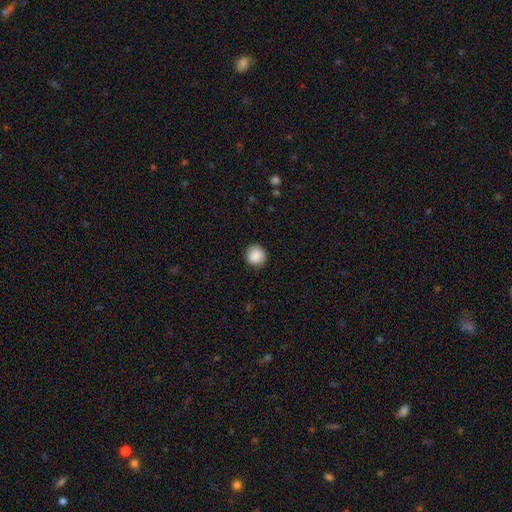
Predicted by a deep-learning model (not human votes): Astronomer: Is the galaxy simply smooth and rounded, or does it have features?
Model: smooth — 88%.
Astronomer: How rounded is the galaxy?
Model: round — 89%.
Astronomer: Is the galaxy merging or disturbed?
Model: none — 89%.